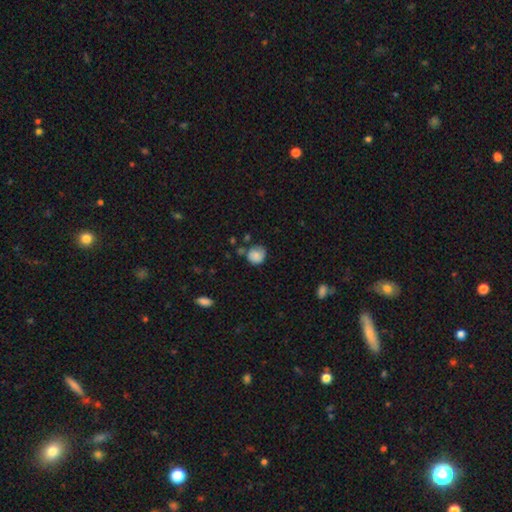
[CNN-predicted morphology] Q: Smooth or featured?
A: smooth (75%); runner-up: featured or disk (17%)
Q: How rounded?
A: round (81%); runner-up: in between (19%)
Q: Merging?
A: none (58%); runner-up: minor disturbance (27%)